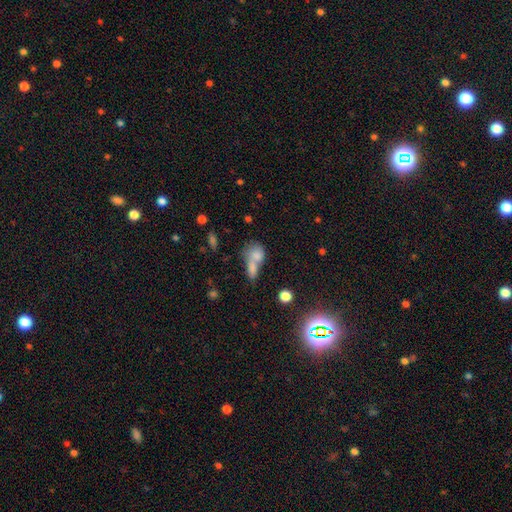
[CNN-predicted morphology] The model was most divided on "how rounded": in between: 57%, round: 38%, cigar-shaped: 6%. More confident: smooth or featured — smooth (77%); merging — merger (61%).